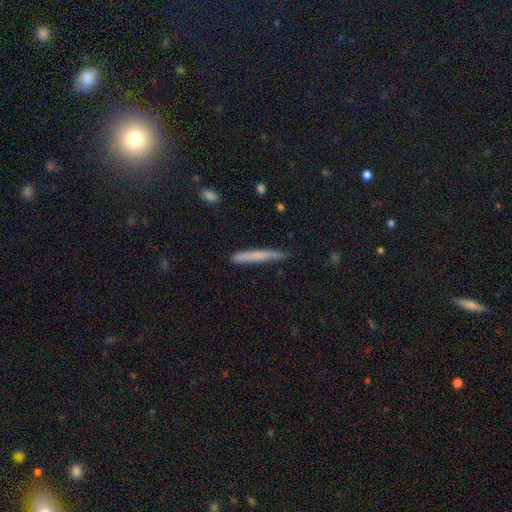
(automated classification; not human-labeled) A smooth galaxy with no disk features (68%) that is cigar-shaped (96%). Merging: none (78%).